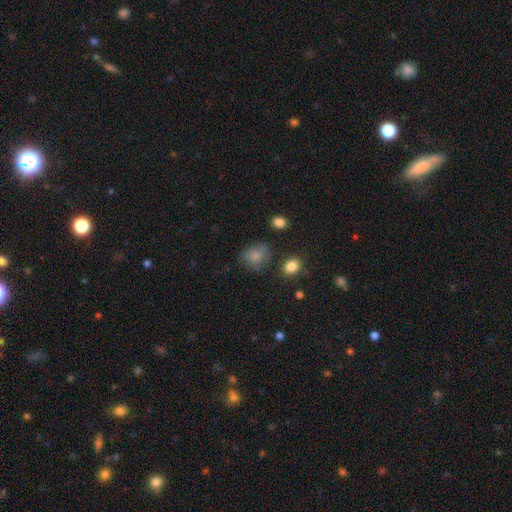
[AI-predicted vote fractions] This appears to be a smooth galaxy with no disk features (79%) that is round (54%). Merging: none (61%).